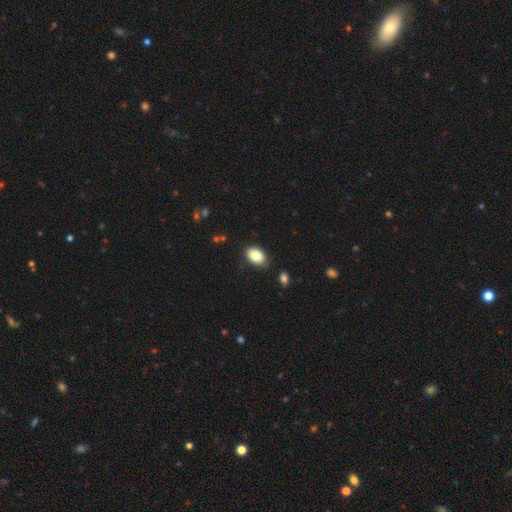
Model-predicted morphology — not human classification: Smooth or featured? smooth (85%)
How rounded? in between (86%)
Merging? none (80%)